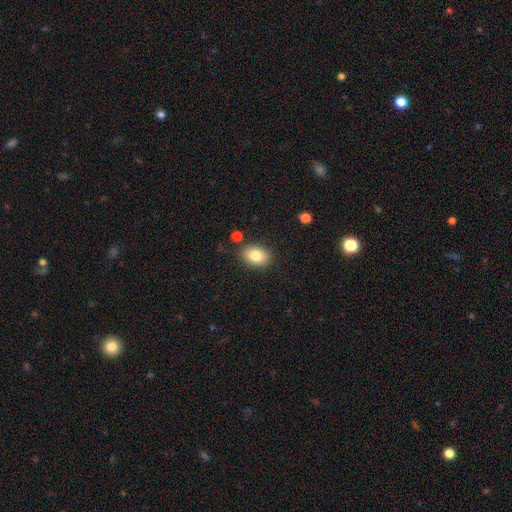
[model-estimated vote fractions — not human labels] Q: Smooth or featured?
A: smooth (82%); runner-up: featured or disk (9%)
Q: How rounded?
A: in between (77%); runner-up: round (22%)
Q: Merging?
A: none (85%); runner-up: minor disturbance (10%)